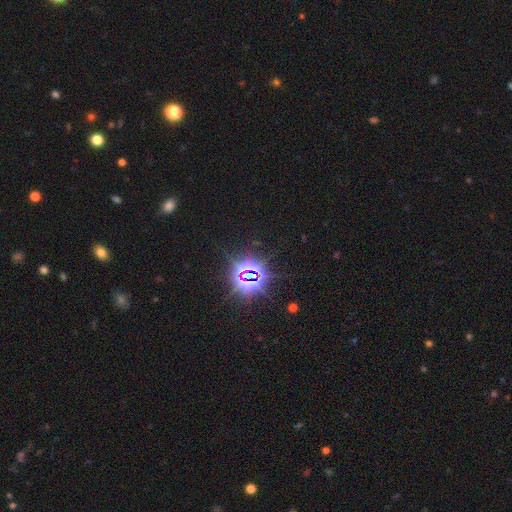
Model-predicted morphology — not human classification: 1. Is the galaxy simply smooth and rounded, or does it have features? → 79% star or artifact, 15% smooth, 5% featured or disk.